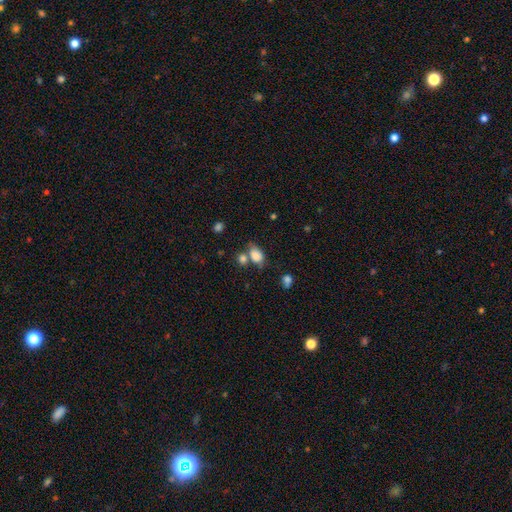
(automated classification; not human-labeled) This appears to be a smooth galaxy with no disk features (81%) that is in between round and cigar-shaped (78%). Merging: none (45%).